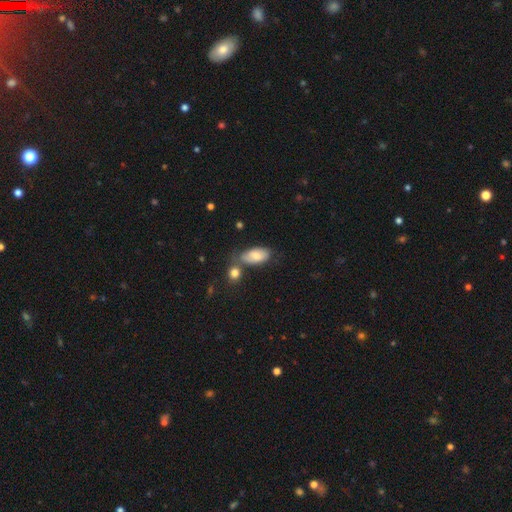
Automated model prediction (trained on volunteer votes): Q: Smooth or featured?
A: smooth (70%); runner-up: featured or disk (23%)
Q: How rounded?
A: in between (91%); runner-up: cigar-shaped (5%)
Q: Merging?
A: none (51%); runner-up: minor disturbance (22%)